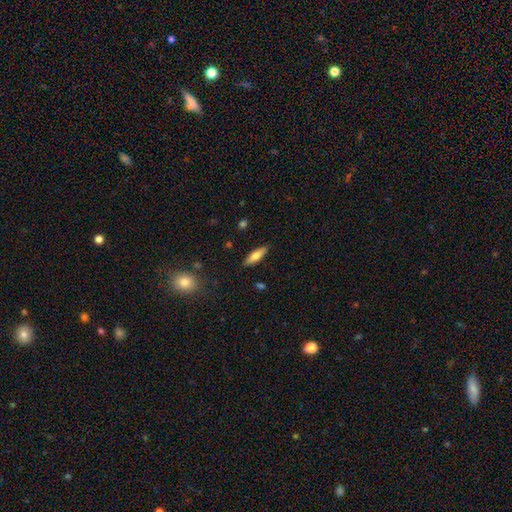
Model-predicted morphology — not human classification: Smooth or featured: smooth — 61% (featured or disk — 32%)
How rounded: cigar-shaped — 56% (in between — 41%)
Merging: none — 88% (minor disturbance — 9%)